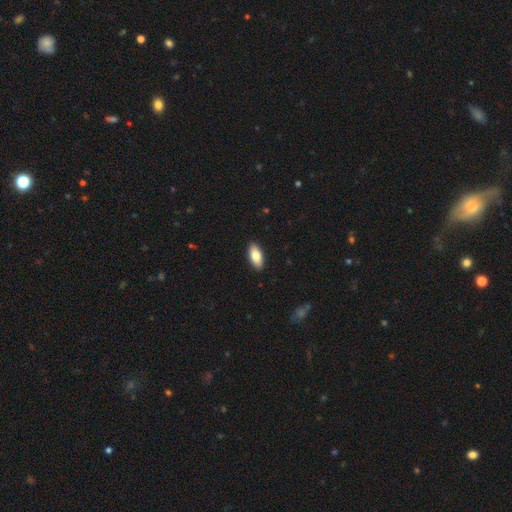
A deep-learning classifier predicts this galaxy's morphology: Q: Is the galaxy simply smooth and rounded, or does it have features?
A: smooth — 78%.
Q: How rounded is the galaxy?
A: in between — 87%.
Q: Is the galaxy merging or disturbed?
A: none — 91%.